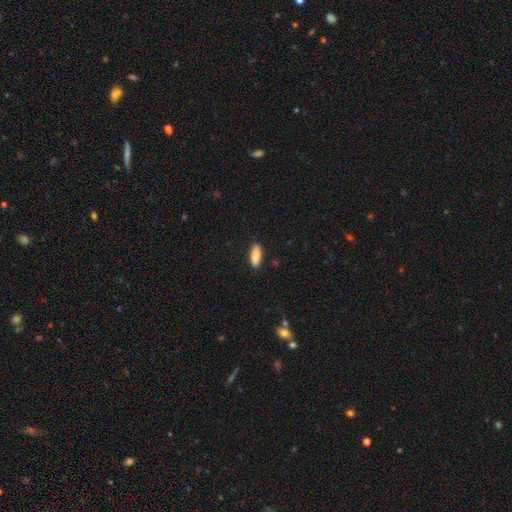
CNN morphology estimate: Q: Smooth or featured?
A: smooth (85%); runner-up: featured or disk (8%)
Q: How rounded?
A: in between (73%); runner-up: cigar-shaped (25%)
Q: Merging?
A: none (87%); runner-up: minor disturbance (10%)